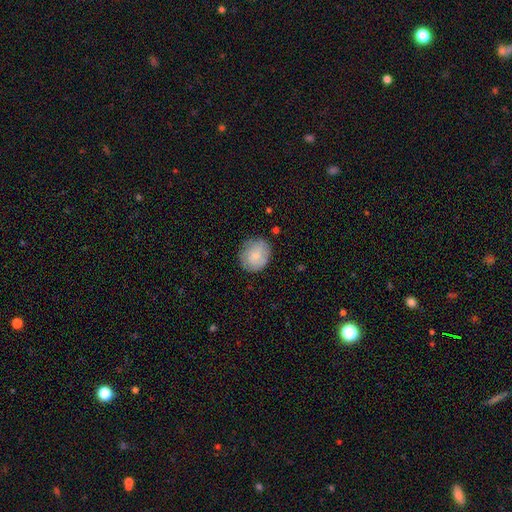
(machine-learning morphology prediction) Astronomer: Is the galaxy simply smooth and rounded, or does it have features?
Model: smooth — 71%.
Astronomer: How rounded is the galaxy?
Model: round — 77%.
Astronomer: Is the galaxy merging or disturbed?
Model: none — 78%.